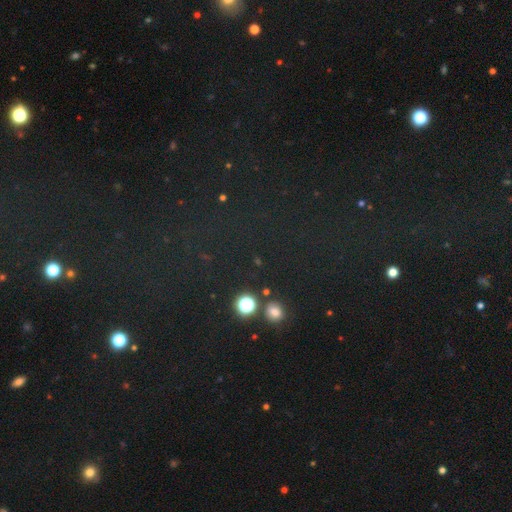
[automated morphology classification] smooth-or-featured: star or artifact: 69% | smooth: 20% | featured or disk: 11%